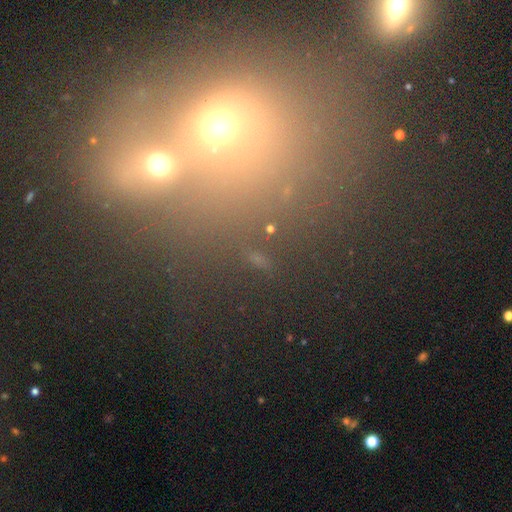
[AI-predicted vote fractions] The model was most divided on "smooth or featured": star or artifact: 44%, smooth: 43%, featured or disk: 13%.